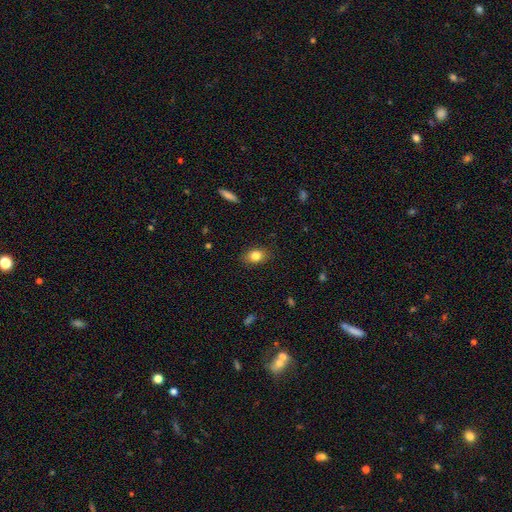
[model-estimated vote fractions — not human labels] smooth_or_featured: smooth (p=0.83) [alt: star or artifact p=0.09]
how_rounded: in between (p=0.74) [alt: round p=0.24]
merging: none (p=0.87) [alt: minor disturbance p=0.10]